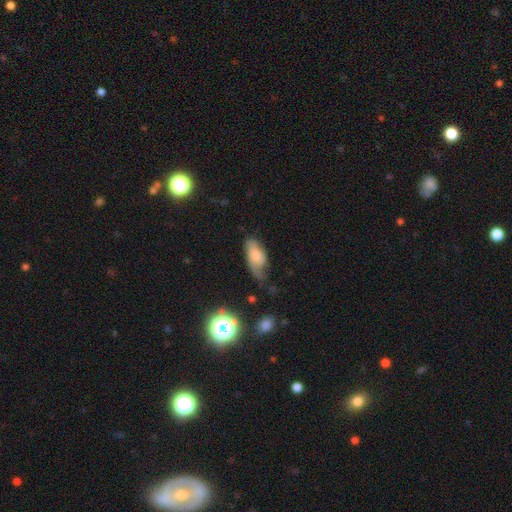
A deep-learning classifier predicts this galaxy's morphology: This is likely a smooth galaxy (66%). How rounded: clearly in between (88%). Merging: marginally minor disturbance (39%).